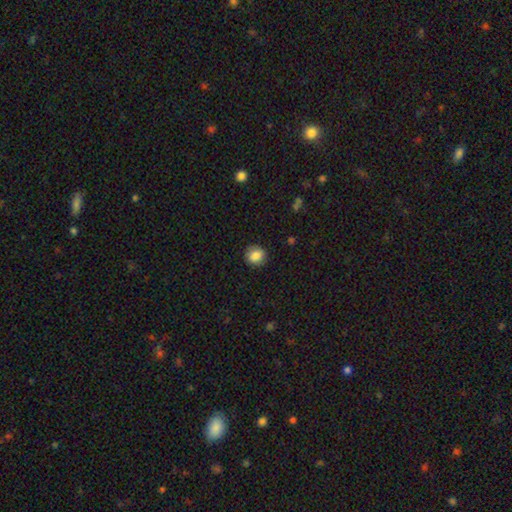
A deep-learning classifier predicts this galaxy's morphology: This is clearly a smooth galaxy (84%). How rounded: clearly round (81%). Merging: clearly none (87%).